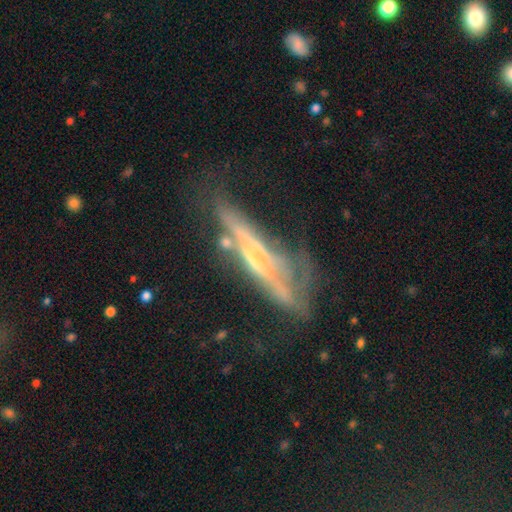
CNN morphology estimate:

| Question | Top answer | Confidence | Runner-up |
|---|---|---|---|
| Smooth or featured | featured or disk | 69% | smooth (22%) |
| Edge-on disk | yes | 73% | no (27%) |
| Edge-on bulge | none | 47% | rounded (36%) |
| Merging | none | 41% | major disturbance (25%) |